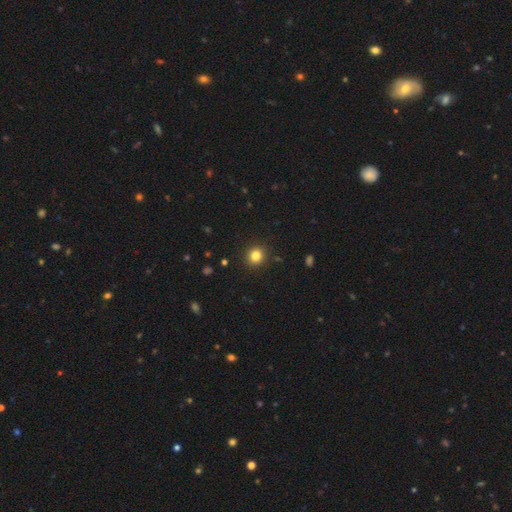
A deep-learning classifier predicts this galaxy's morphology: Smooth or featured?
  - smooth: 83% *
  - star or artifact: 12%
  - featured or disk: 5%
How rounded?
  - round: 90% *
  - in between: 10%
  - cigar-shaped: 1%
Merging?
  - none: 91% *
  - minor disturbance: 6%
  - major disturbance: 2%
  - merger: 1%